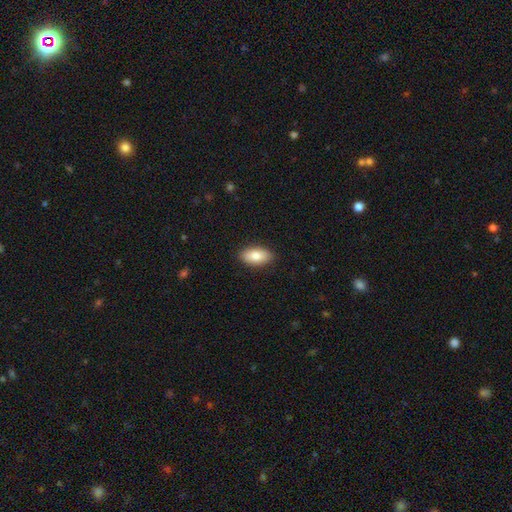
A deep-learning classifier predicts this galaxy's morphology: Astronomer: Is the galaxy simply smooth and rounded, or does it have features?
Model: smooth — 83%.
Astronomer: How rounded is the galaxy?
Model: in between — 92%.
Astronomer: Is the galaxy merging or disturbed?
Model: none — 89%.